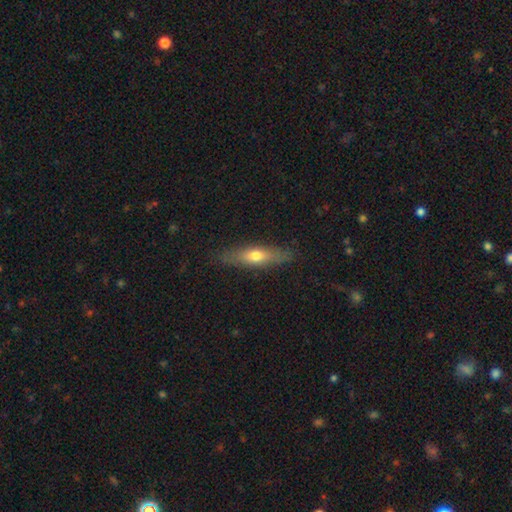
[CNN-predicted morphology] Smooth or featured: smooth — 59% (featured or disk — 34%)
How rounded: cigar-shaped — 61% (in between — 36%)
Merging: none — 85% (minor disturbance — 11%)